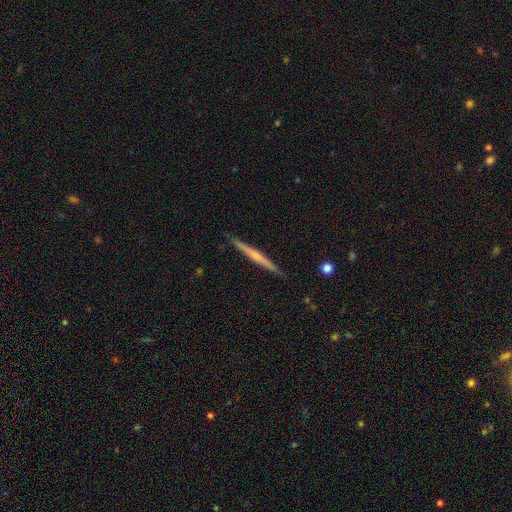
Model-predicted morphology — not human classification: A featured or disk galaxy (59%) viewed edge-on (98%) with no central bulge (54%).

Vote fractions:
- Smooth or featured? featured or disk: 59% / smooth: 36% / star or artifact: 6%
- Edge-on disk? yes: 98% / no: 2%
- Edge-on bulge? none: 54% / rounded: 37% / boxy: 8%
- Merging? none: 92% / minor disturbance: 6% / major disturbance: 1% / merger: 1%